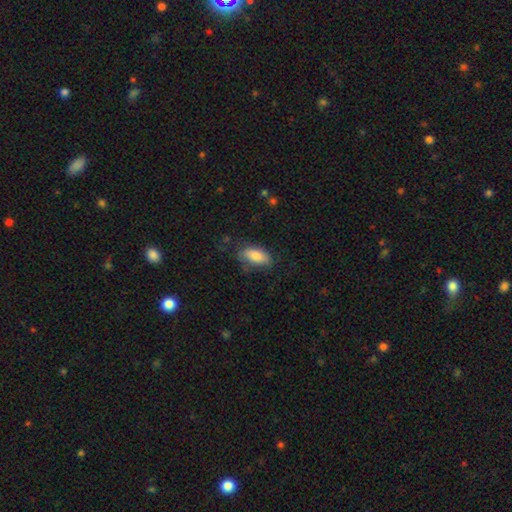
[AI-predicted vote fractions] smooth-or-featured: smooth: 83% | featured or disk: 11% | star or artifact: 7%
  how-rounded: in between: 88% | cigar-shaped: 10% | round: 3%
  merging: none: 70% | minor disturbance: 22% | major disturbance: 7% | merger: 2%